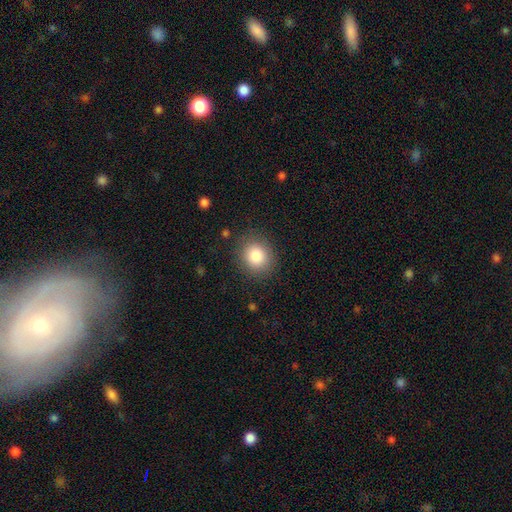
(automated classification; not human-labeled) smooth 83%, star or artifact 10%, featured or disk 7%. Down the decision tree: how rounded — round (77%); merging — none (87%).